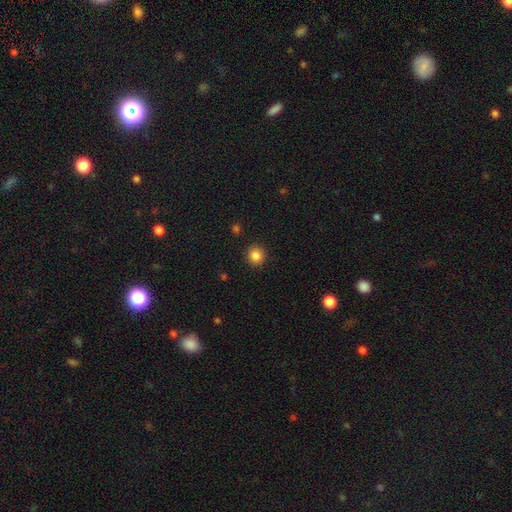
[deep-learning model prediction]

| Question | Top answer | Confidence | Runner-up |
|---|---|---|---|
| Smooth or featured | smooth | 85% | star or artifact (11%) |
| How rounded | round | 91% | in between (8%) |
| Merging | none | 92% | minor disturbance (5%) |